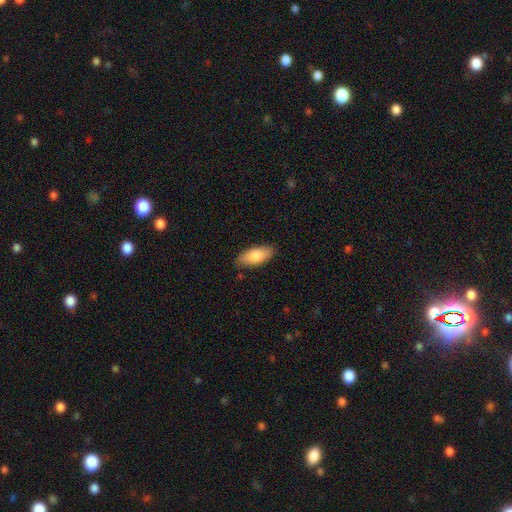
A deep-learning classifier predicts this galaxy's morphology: smooth-or-featured: smooth: 81% | featured or disk: 13% | star or artifact: 6%
  how-rounded: in between: 85% | cigar-shaped: 13% | round: 2%
  merging: none: 84% | minor disturbance: 13% | major disturbance: 2% | merger: 1%